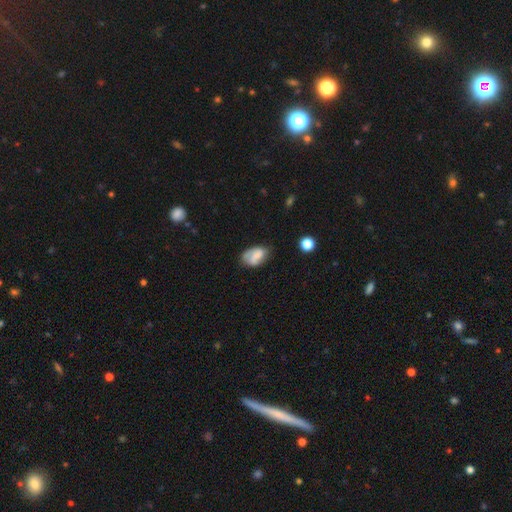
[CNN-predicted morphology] smooth 59%, featured or disk 32%, star or artifact 9%. Down the decision tree: how rounded — in between (89%); merging — none (52%).